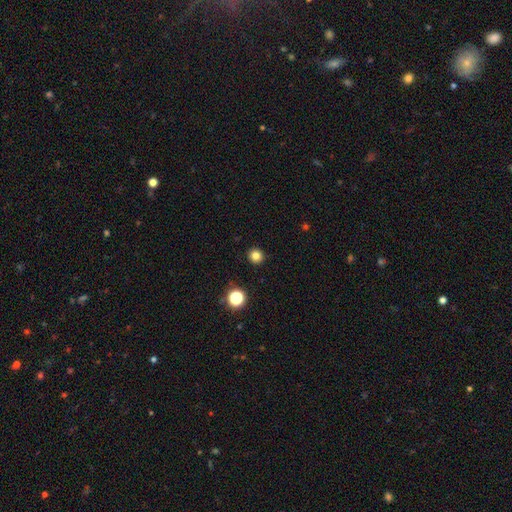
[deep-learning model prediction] Smooth or featured? Predicted: smooth (p=0.82). How rounded? Predicted: round (p=0.93). Merging? Predicted: none (p=0.93).